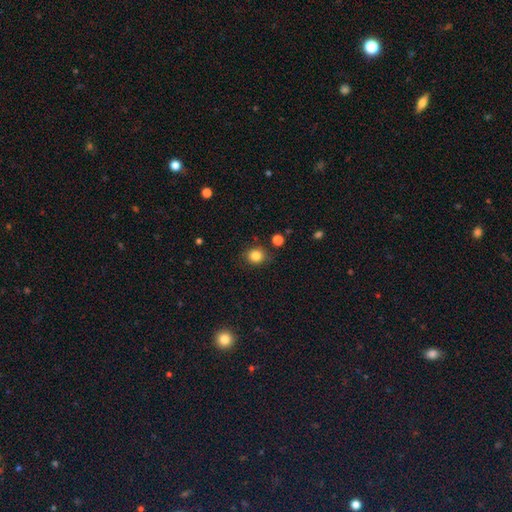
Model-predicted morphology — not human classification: Q: Smooth or featured?
A: smooth (83%); runner-up: star or artifact (12%)
Q: How rounded?
A: round (80%); runner-up: in between (19%)
Q: Merging?
A: none (83%); runner-up: minor disturbance (11%)